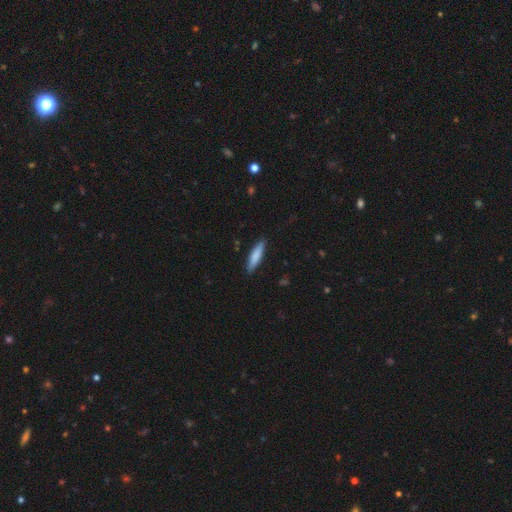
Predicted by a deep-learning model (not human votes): Smooth or featured? Predicted: smooth (p=0.79). How rounded? Predicted: cigar-shaped (p=0.77). Merging? Predicted: none (p=0.88).